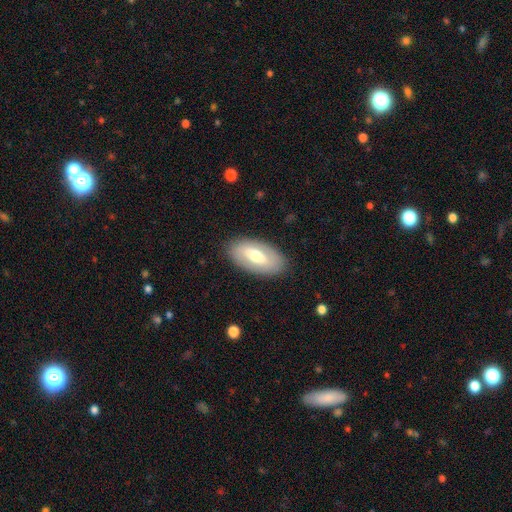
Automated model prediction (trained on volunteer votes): A smooth galaxy with no disk features (48%). Merging: none (86%).